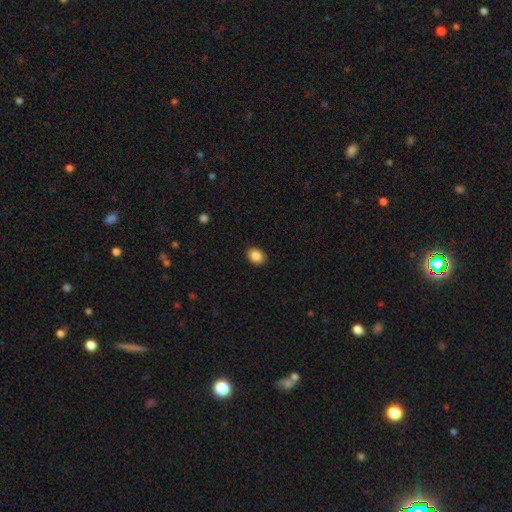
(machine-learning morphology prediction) smooth 87%, star or artifact 9%, featured or disk 4%. Down the decision tree: how rounded — in between (53%); merging — none (89%).